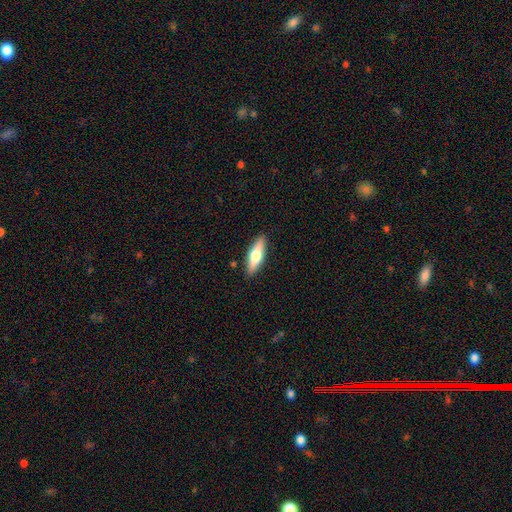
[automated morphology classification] The model was most divided on "how rounded": cigar-shaped: 53%, in between: 45%, round: 2%. More confident: merging — none (89%); smooth or featured — smooth (58%).